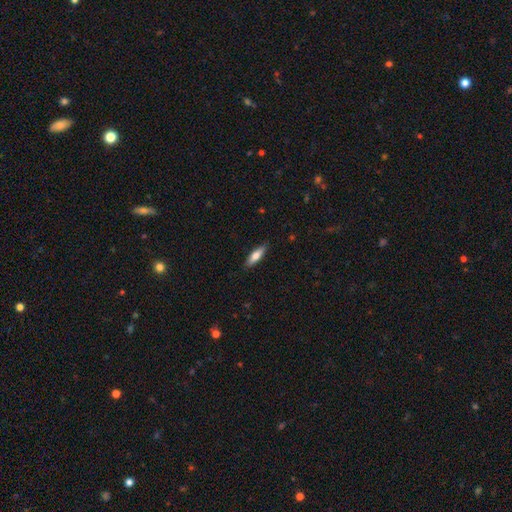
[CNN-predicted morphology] smooth 70%, featured or disk 25%, star or artifact 6%. Down the decision tree: how rounded — cigar-shaped (58%); merging — none (87%).